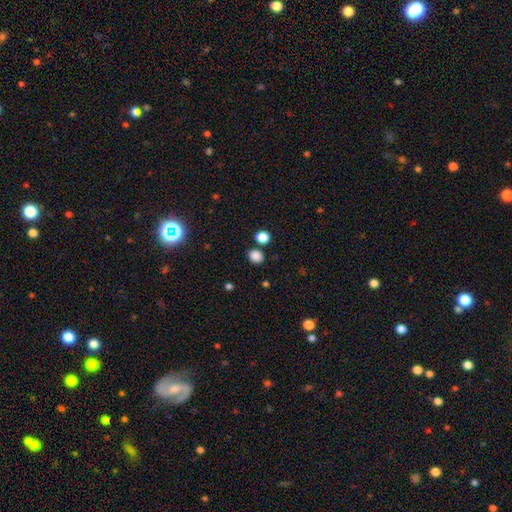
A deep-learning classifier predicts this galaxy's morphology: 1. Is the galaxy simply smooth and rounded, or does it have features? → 84% smooth, 12% star or artifact, 3% featured or disk.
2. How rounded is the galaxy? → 61% round, 38% in between, 1% cigar-shaped.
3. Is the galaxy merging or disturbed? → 81% none, 9% minor disturbance, 7% merger, 3% major disturbance.